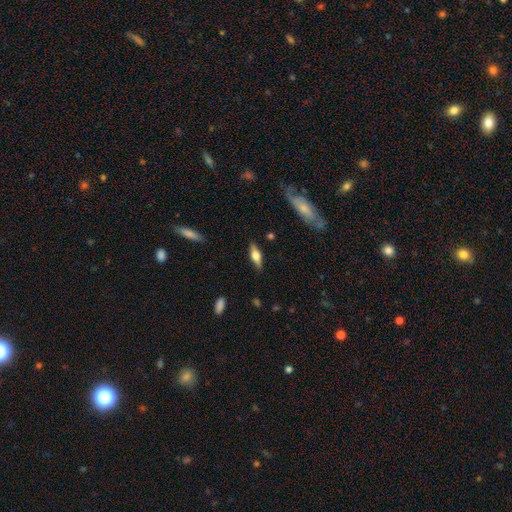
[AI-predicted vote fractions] Smooth or featured: smooth — 49% (featured or disk — 44%)
Merging: none — 85% (minor disturbance — 11%)